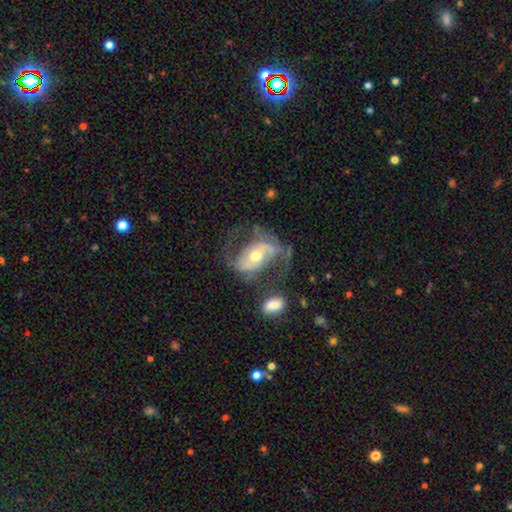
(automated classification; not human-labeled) Smooth or featured: featured or disk — 82% (smooth — 13%)
Edge-on disk: no — 96% (yes — 4%)
Bar: weak — 35% (tied with no — 35%)
Spiral arms: yes — 87% (no — 13%)
Spiral winding: medium — 44% (loose — 41%)
Spiral arm count: 2 — 84% (can't tell — 8%)
Bulge size: moderate — 68% (small — 24%)
Merging: none — 50% (major disturbance — 22%)